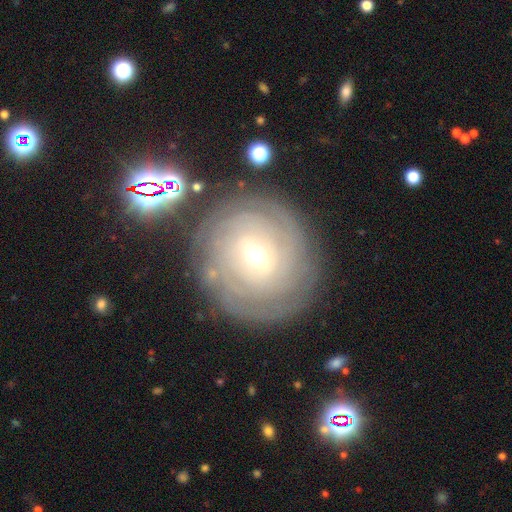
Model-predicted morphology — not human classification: This is likely a featured or disk galaxy (77%). It is clearly not viewed edge-on (97%). Bar: possibly weak (51%). Spiral arm pattern: clearly yes (91%). Spiral arm count: possibly can't tell (45%). Spiral winding: clearly tight (85%). Central bulge: possibly moderate (54%). Merging: clearly none (82%).